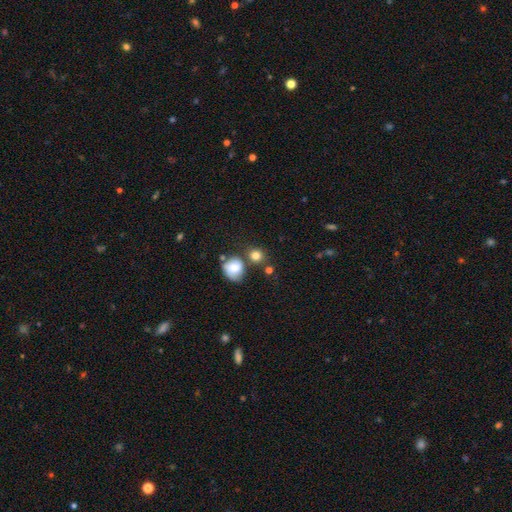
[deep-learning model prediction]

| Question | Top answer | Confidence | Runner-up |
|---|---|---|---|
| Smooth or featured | smooth | 81% | star or artifact (11%) |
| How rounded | round | 80% | in between (18%) |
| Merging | none | 65% | merger (18%) |